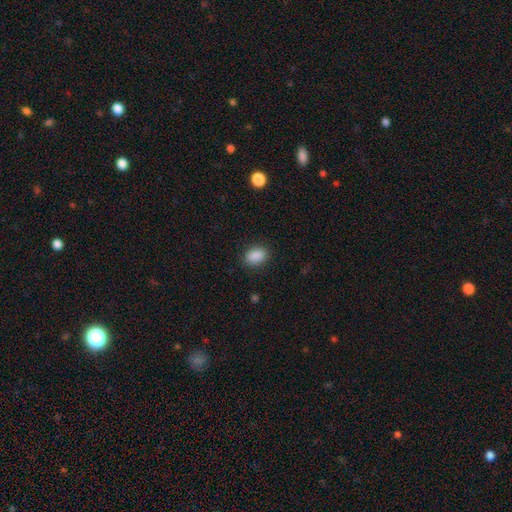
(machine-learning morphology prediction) This is clearly a smooth galaxy (89%). How rounded: clearly in between (81%). Merging: clearly none (86%).